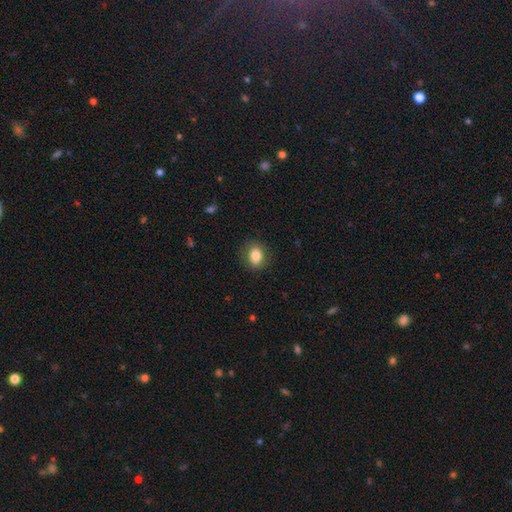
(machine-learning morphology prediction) smooth_or_featured: smooth (p=0.82) [alt: featured or disk p=0.09]
how_rounded: in between (p=0.55) [alt: round p=0.44]
merging: none (p=0.83) [alt: minor disturbance p=0.12]